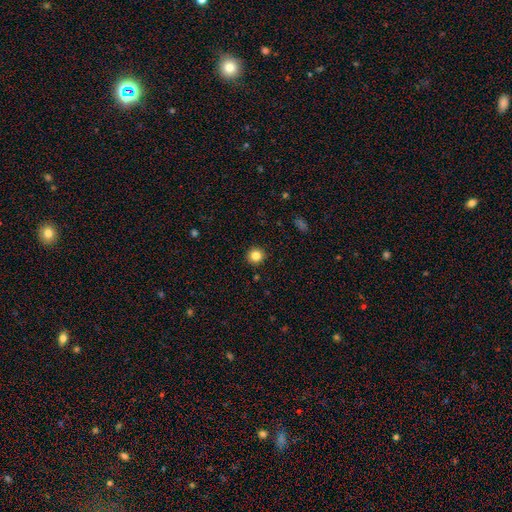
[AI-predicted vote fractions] smooth_or_featured: smooth (p=0.83) [alt: star or artifact p=0.12]
how_rounded: round (p=0.94) [alt: in between p=0.05]
merging: none (p=0.92) [alt: minor disturbance p=0.05]